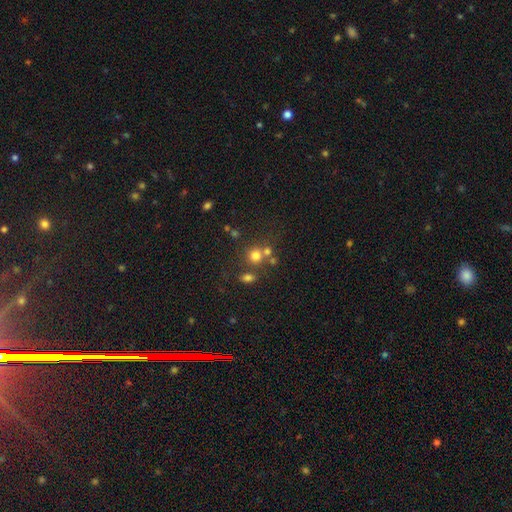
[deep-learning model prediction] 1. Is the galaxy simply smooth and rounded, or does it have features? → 72% smooth, 17% star or artifact, 11% featured or disk.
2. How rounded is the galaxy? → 85% round, 14% in between, 1% cigar-shaped.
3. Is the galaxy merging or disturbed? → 57% none, 28% merger, 10% minor disturbance, 5% major disturbance.